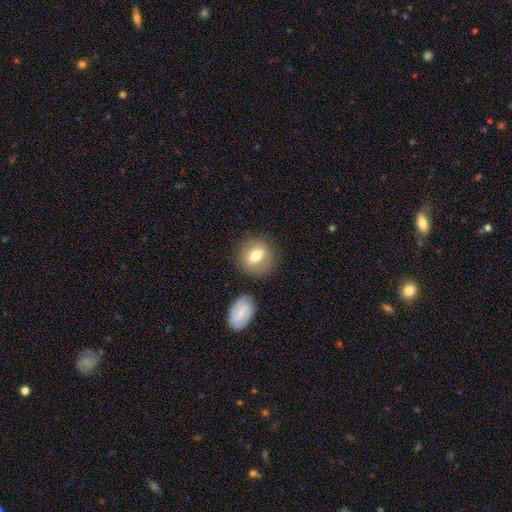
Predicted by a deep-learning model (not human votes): The model was most divided on "how rounded": round: 64%, in between: 34%, cigar-shaped: 2%. More confident: merging — none (78%); smooth or featured — smooth (69%).